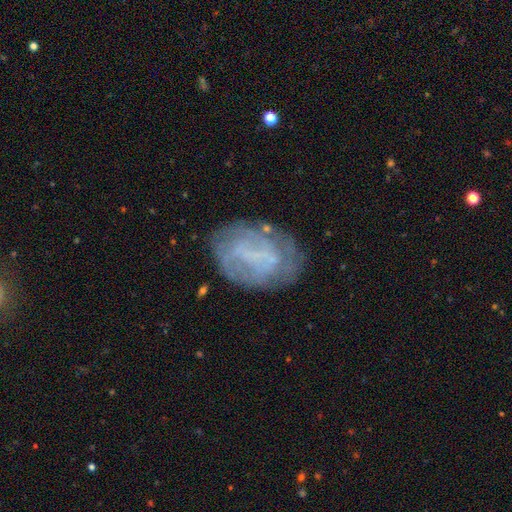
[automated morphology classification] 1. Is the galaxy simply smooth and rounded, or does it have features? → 61% featured or disk, 29% smooth, 10% star or artifact.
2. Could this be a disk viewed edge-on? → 97% no, 3% yes.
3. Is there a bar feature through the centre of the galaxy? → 48% no, 34% weak, 18% strong.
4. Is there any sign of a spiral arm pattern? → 52% no, 48% yes.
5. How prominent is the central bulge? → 64% none, 24% small, 8% moderate, 2% large, 1% dominant.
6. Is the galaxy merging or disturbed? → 66% none, 21% minor disturbance, 11% major disturbance, 2% merger.